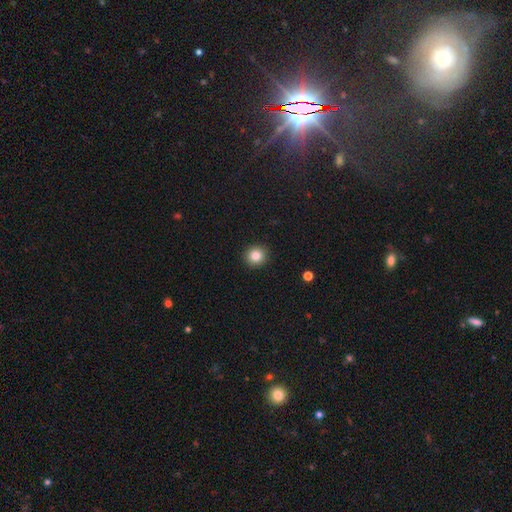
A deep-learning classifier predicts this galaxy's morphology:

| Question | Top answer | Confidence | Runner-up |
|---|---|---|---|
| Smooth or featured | smooth | 83% | star or artifact (10%) |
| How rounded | round | 91% | in between (8%) |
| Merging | none | 92% | minor disturbance (5%) |